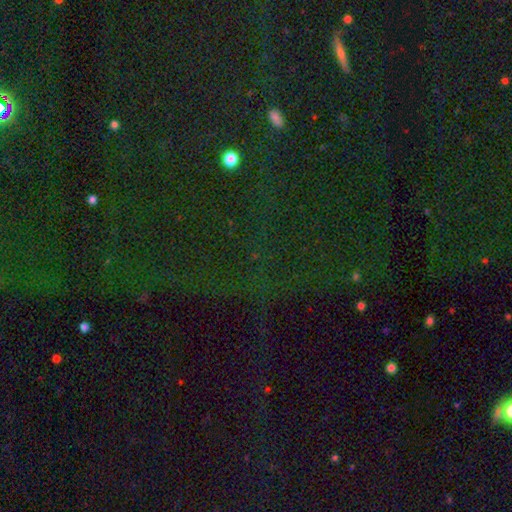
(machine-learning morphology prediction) This is likely a star or artifact rather than a galaxy (78%).